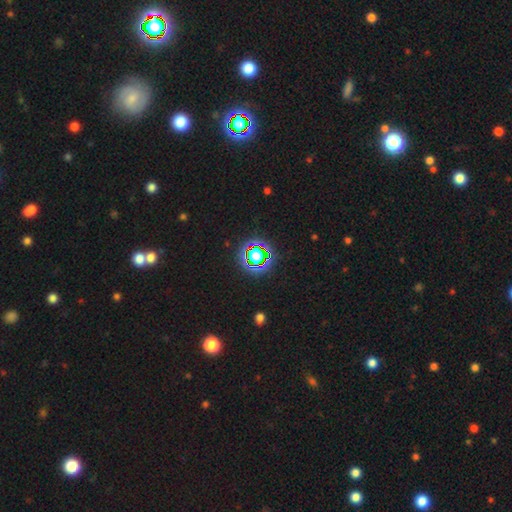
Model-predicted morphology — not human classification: Smooth or featured: star or artifact — 66% (smooth — 24%)